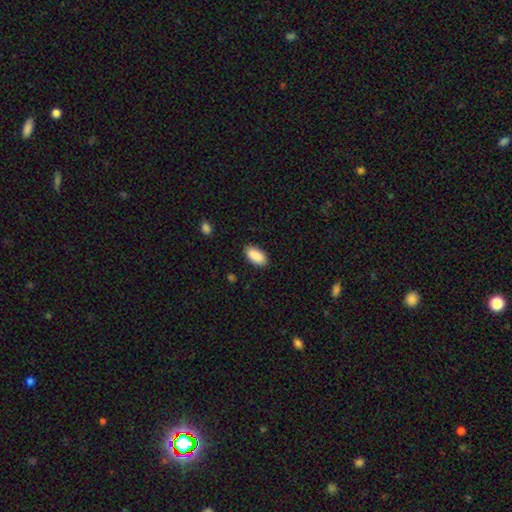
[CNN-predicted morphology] type=smooth (90%); roundness=in between (93%); merging=none (87%).